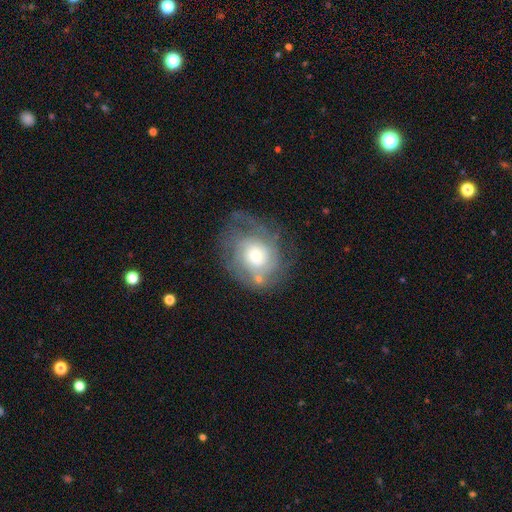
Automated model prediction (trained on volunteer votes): smooth_or_featured: featured or disk (p=0.72) [alt: smooth p=0.20]
disk_edge_on: no (p=0.97) [alt: yes p=0.03]
bar: no (p=0.79) [alt: weak p=0.18]
has_spiral_arms: yes (p=0.86) [alt: no p=0.14]
spiral_winding: tight (p=0.59) [alt: medium p=0.30]
spiral_arm_count: can't tell (p=0.44) [alt: 2 p=0.20]
bulge_size: moderate (p=0.51) [alt: small p=0.31]
merging: none (p=0.64) [alt: minor disturbance p=0.19]